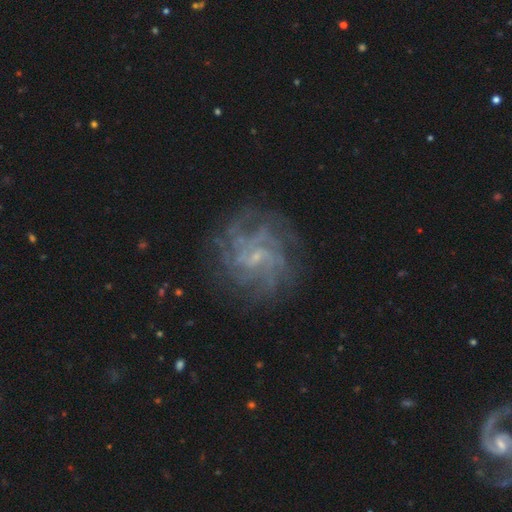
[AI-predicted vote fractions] A featured or disk galaxy (81%) with a weak bar (51%), tight (48%) spiral arms (93%) and a small central bulge (71%). Merging: none (77%).